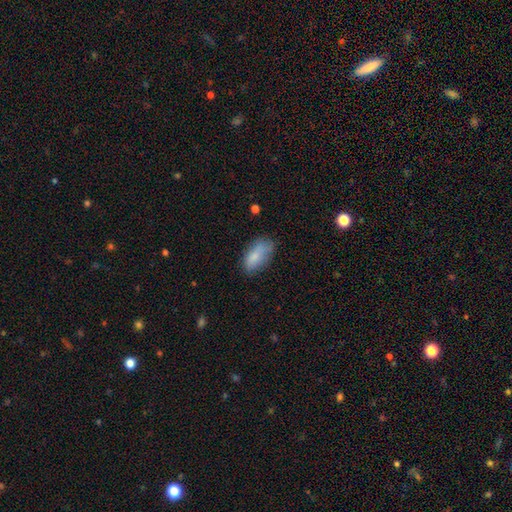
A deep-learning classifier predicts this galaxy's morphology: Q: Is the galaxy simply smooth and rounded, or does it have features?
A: smooth — 81%.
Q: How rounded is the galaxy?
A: in between — 89%.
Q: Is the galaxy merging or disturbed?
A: none — 66%.